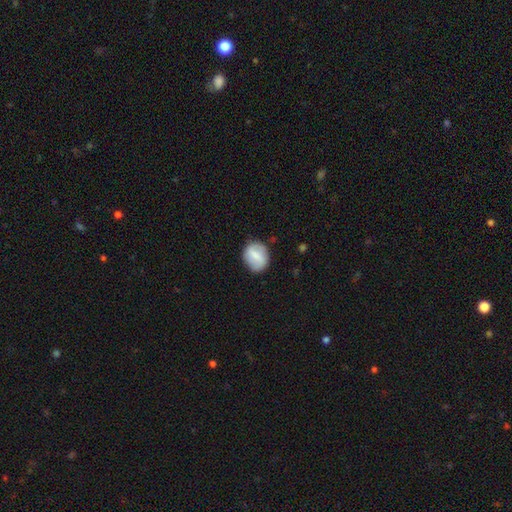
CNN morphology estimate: Overall: smooth (61%; featured or disk 32%). How rounded: round (56%; in between 42%). Merging: none (77%).